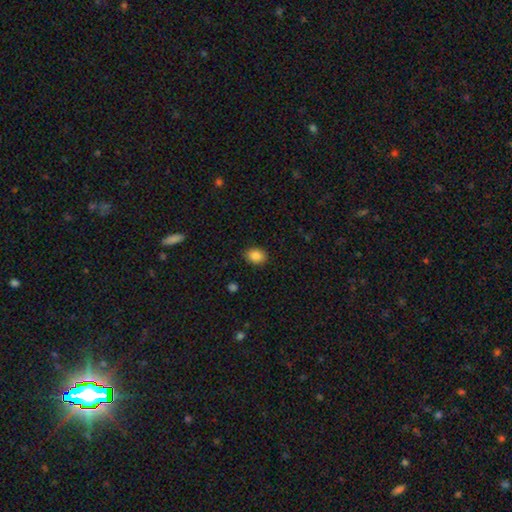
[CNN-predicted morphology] This appears to be a smooth galaxy with no disk features (86%) that is in between round and cigar-shaped (63%). Merging: none (88%).